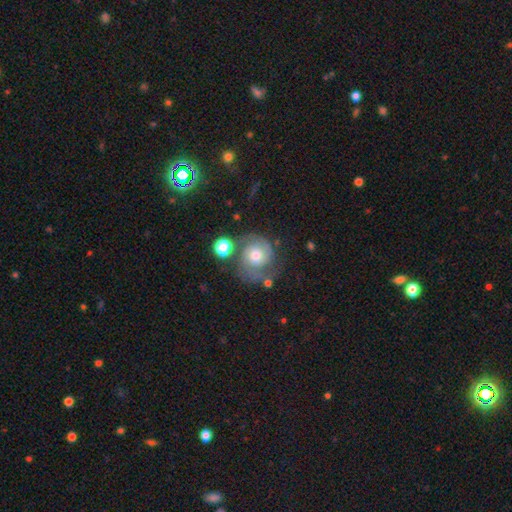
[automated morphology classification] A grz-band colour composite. It shows a featured or disk galaxy (72%) with no bar (75%), 2 (75%) tight (49%) spiral arms (92%) and a moderate central bulge (64%). Merging: none (58%).